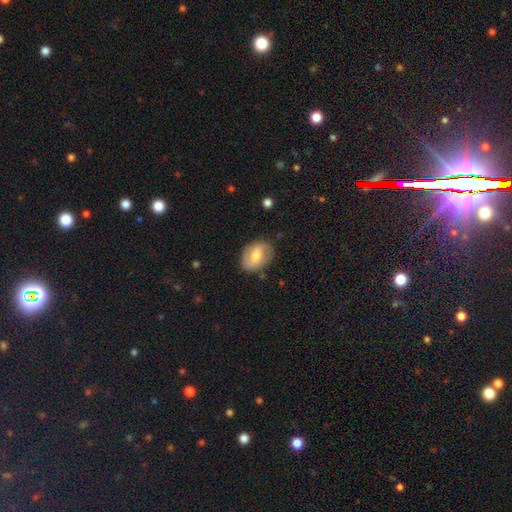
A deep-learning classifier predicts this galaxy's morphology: type=featured or disk (51%); edge-on=no (95%); merging=none (79%).